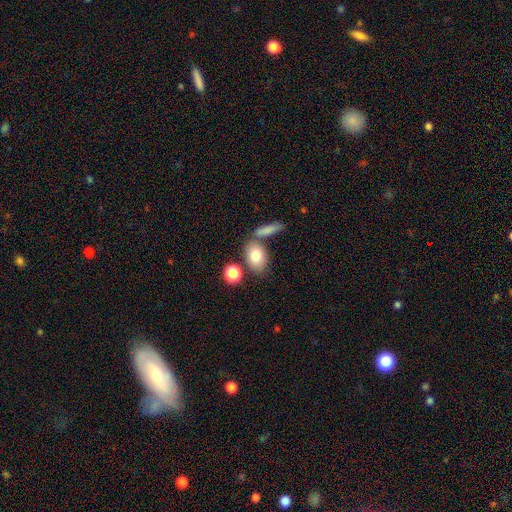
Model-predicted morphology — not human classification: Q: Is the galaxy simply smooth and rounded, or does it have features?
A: smooth — 78%.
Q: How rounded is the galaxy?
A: in between — 80%.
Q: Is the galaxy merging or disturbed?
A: none — 65%.